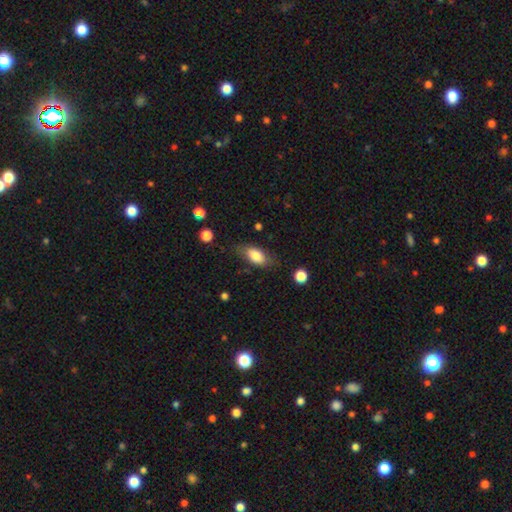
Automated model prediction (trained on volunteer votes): The model was most divided on "merging": none: 72%, minor disturbance: 20%, major disturbance: 6%, merger: 2%. More confident: how rounded — in between (88%); smooth or featured — smooth (79%).